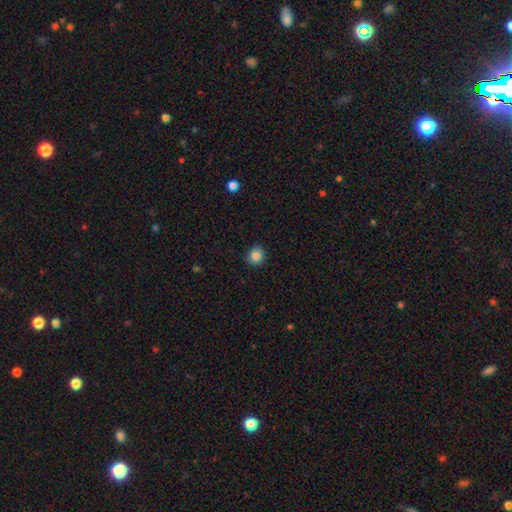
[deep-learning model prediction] Smooth or featured?
  - smooth: 84% *
  - star or artifact: 10%
  - featured or disk: 5%
How rounded?
  - round: 88% *
  - in between: 11%
  - cigar-shaped: 1%
Merging?
  - none: 90% *
  - minor disturbance: 7%
  - major disturbance: 2%
  - merger: 1%